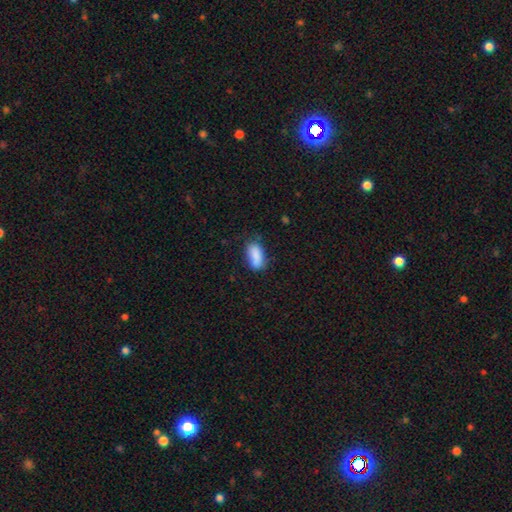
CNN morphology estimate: smooth-or-featured: smooth: 86% | star or artifact: 8% | featured or disk: 7%
  how-rounded: in between: 88% | cigar-shaped: 9% | round: 3%
  merging: none: 66% | minor disturbance: 24% | major disturbance: 6% | merger: 4%